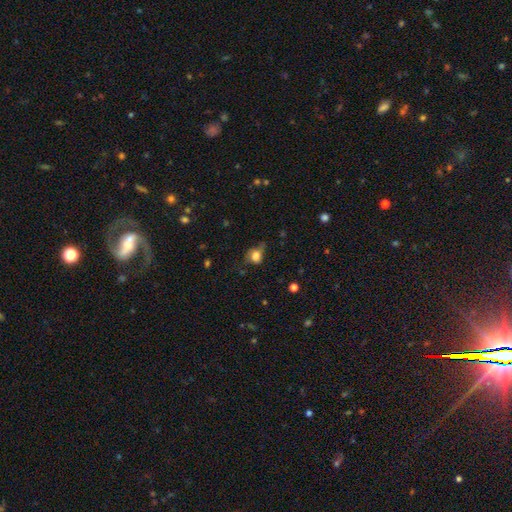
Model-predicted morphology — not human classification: Q: Smooth or featured?
A: smooth (75%); runner-up: featured or disk (13%)
Q: How rounded?
A: round (55%); runner-up: in between (44%)
Q: Merging?
A: none (39%); runner-up: minor disturbance (34%)